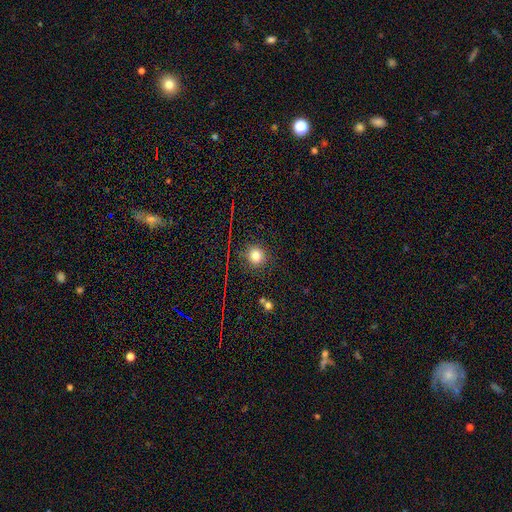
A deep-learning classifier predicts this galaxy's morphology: smooth 76%, star or artifact 17%, featured or disk 7%. Down the decision tree: how rounded — round (89%); merging — none (85%).